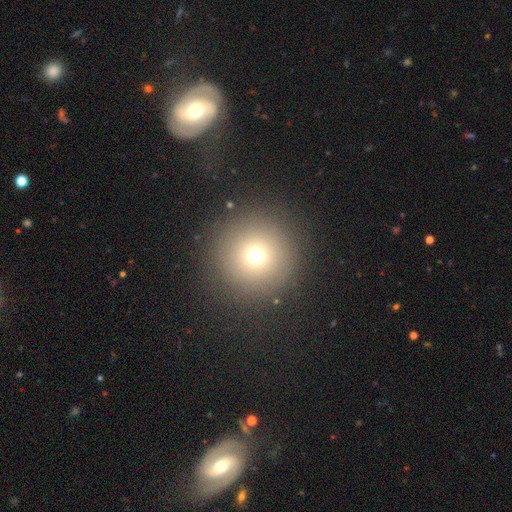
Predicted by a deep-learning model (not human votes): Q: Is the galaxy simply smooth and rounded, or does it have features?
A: smooth — 70%.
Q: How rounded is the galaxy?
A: round — 96%.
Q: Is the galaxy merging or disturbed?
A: none — 88%.